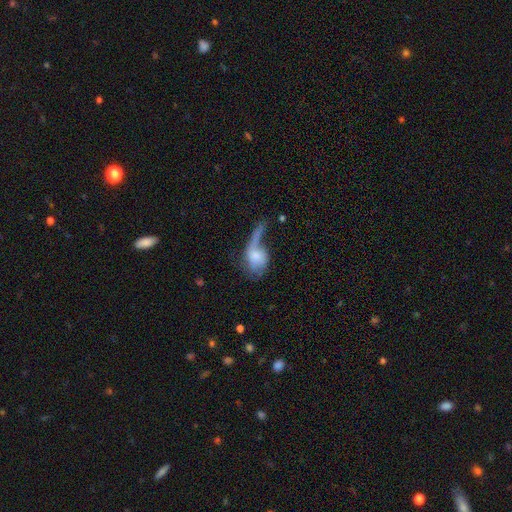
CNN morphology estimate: Smooth or featured: smooth — 50% (featured or disk — 42%)
How rounded: in between — 69% (round — 26%)
Merging: major disturbance — 52% (merger — 17%)